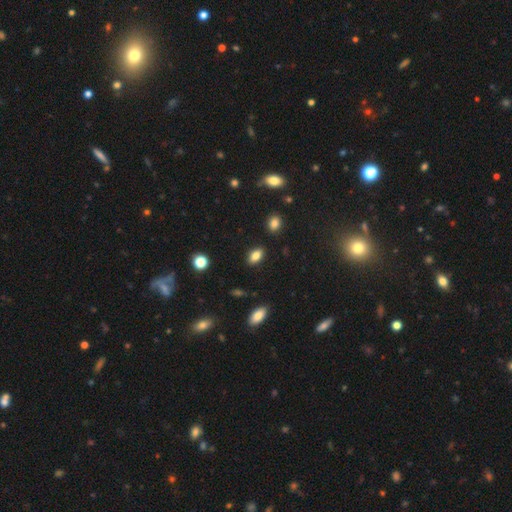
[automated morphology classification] Overall: smooth (82%). How rounded: in between (88%). Merging: none (87%).